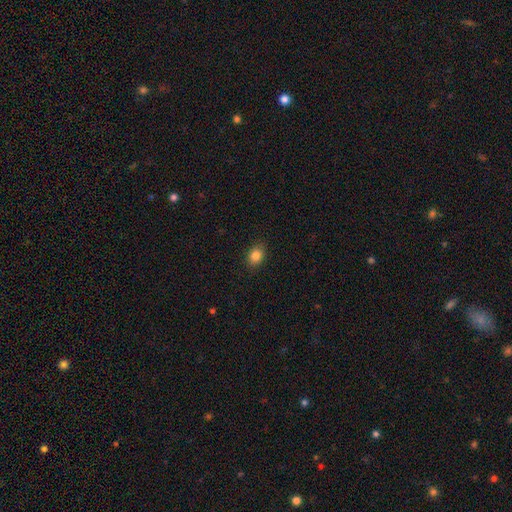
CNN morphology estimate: A smooth galaxy with no disk features (84%) that is in between round and cigar-shaped (63%).

Vote fractions:
- Smooth or featured? smooth: 84% / star or artifact: 10% / featured or disk: 6%
- How rounded? in between: 63% / round: 36% / cigar-shaped: 1%
- Merging? none: 87% / minor disturbance: 9% / major disturbance: 2% / merger: 1%